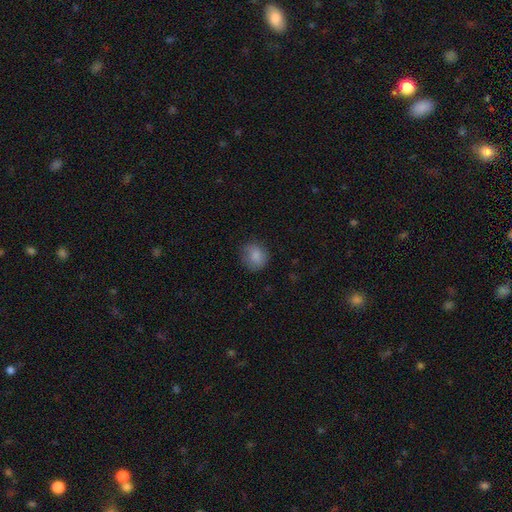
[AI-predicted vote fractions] A smooth galaxy with no disk features (85%) that is round (78%).

Vote fractions:
- Smooth or featured? smooth: 85% / star or artifact: 8% / featured or disk: 7%
- How rounded? round: 78% / in between: 21% / cigar-shaped: 1%
- Merging? none: 79% / minor disturbance: 16% / major disturbance: 4% / merger: 1%